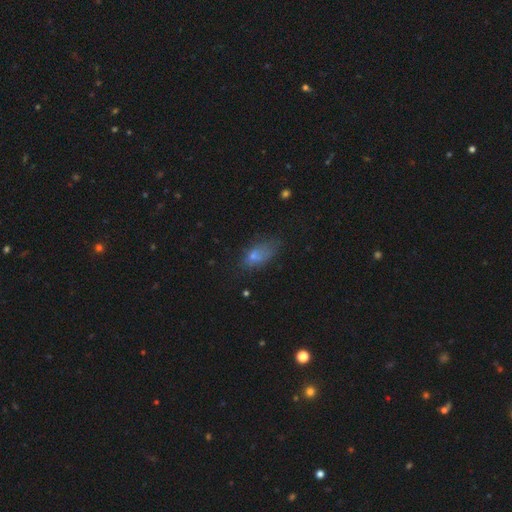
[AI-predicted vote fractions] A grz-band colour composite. It shows a smooth galaxy with no disk features (62%) that is in between round and cigar-shaped (85%). Merging: none (40%).